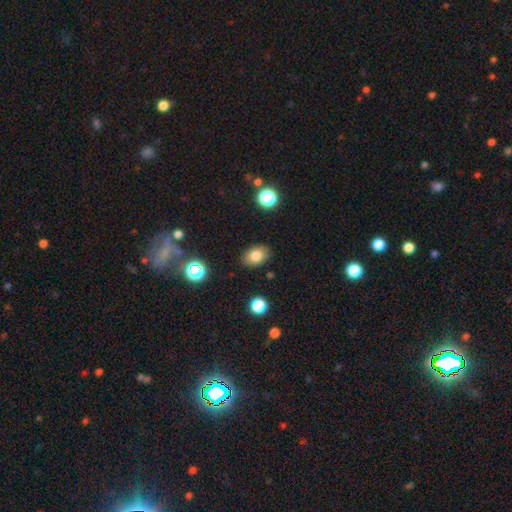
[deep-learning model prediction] smooth-or-featured: smooth: 80% | star or artifact: 10% | featured or disk: 10%
  how-rounded: in between: 81% | round: 18% | cigar-shaped: 1%
  merging: none: 86% | minor disturbance: 10% | major disturbance: 3% | merger: 2%